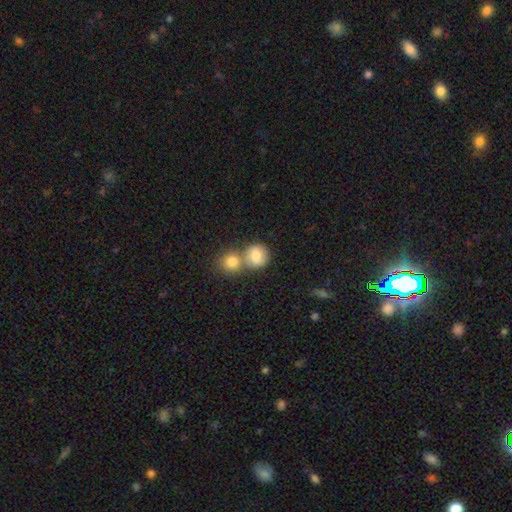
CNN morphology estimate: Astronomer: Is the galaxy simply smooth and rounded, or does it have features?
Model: smooth — 80%.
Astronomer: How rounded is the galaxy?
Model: round — 82%.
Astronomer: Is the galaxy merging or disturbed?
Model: merger — 48% (runner-up: none, 40%).